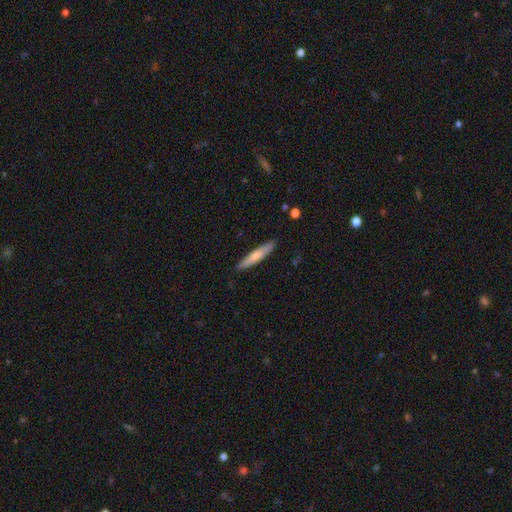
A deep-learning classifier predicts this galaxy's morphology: Smooth or featured? Predicted: smooth (p=0.62). How rounded? Predicted: cigar-shaped (p=0.90). Merging? Predicted: none (p=0.88).